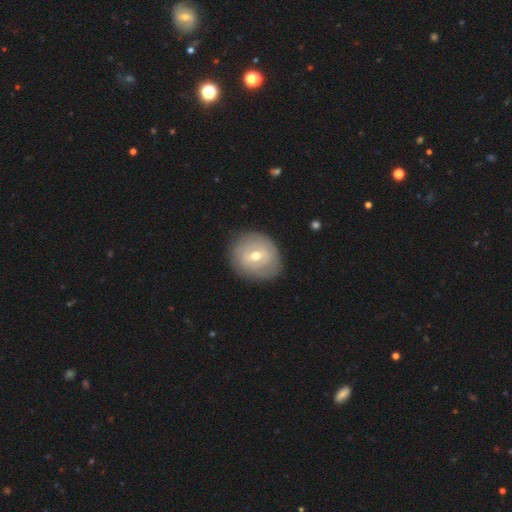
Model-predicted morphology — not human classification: This is possibly a featured or disk galaxy (58%). It is clearly not viewed edge-on (96%). Bar: possibly weak (47%). Spiral arm pattern: likely yes (65%). Central bulge: likely moderate (65%). Merging: clearly none (83%).